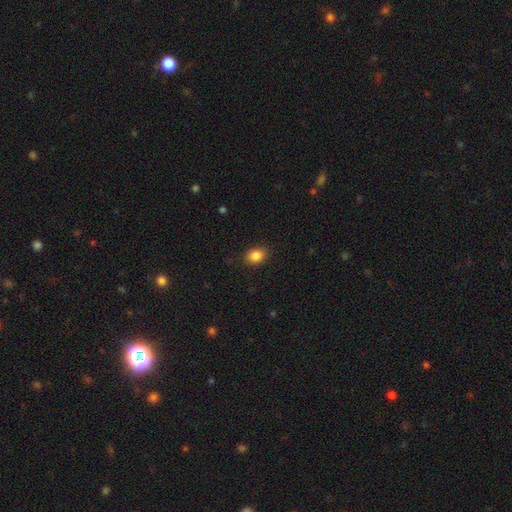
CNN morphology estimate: A smooth galaxy with no disk features (86%) that is in between round and cigar-shaped (66%). Merging: none (86%).